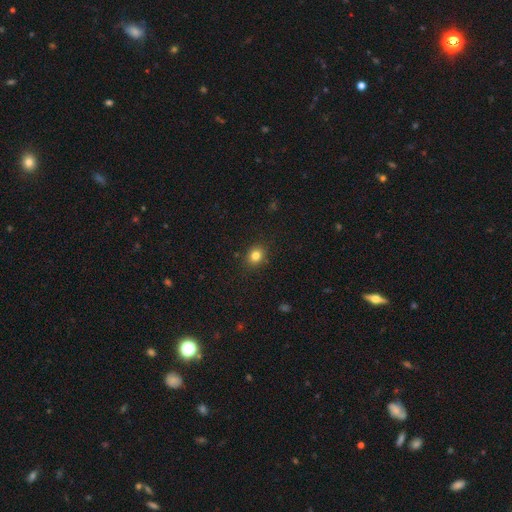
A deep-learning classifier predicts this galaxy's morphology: smooth-or-featured: smooth: 82% | star or artifact: 12% | featured or disk: 6%
  how-rounded: round: 65% | in between: 34% | cigar-shaped: 1%
  merging: none: 89% | minor disturbance: 8% | major disturbance: 2% | merger: 1%